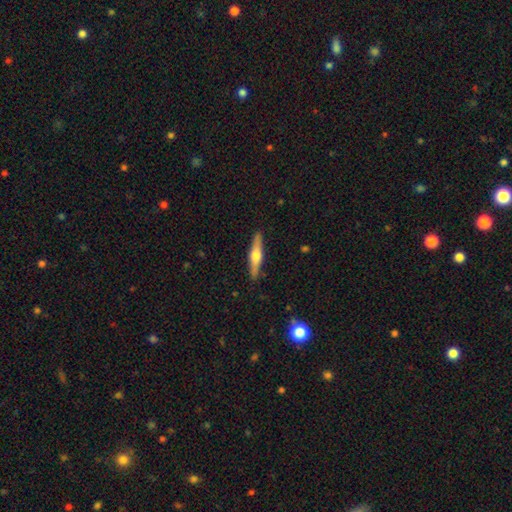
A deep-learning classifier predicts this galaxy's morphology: A featured or disk galaxy (59%) viewed edge-on (96%) with a rounded central bulge (93%). Merging: none (90%).